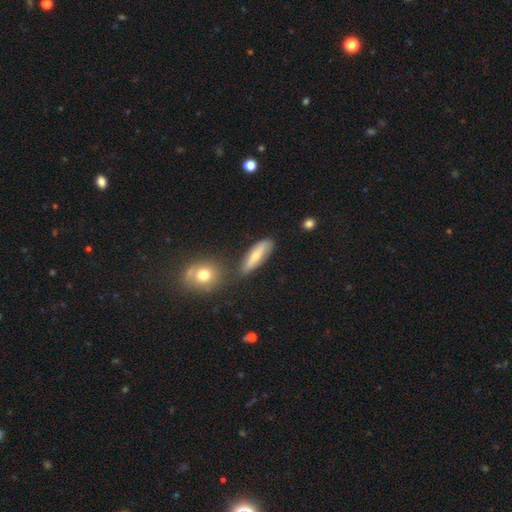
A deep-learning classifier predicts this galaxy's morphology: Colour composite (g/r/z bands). It shows a smooth galaxy with no disk features (58%) that is cigar-shaped (50%). Merging: none (69%).